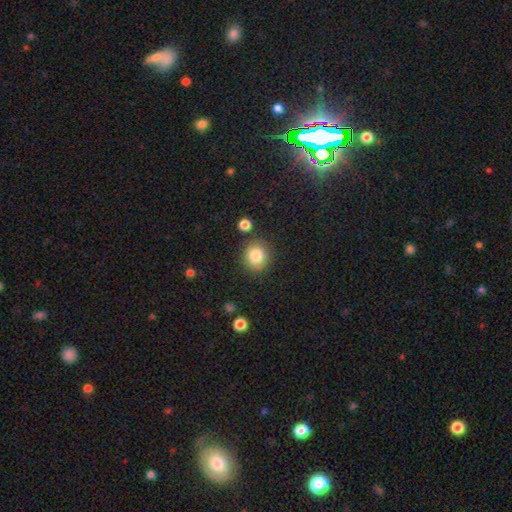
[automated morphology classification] Smooth or featured?
  - smooth: 84% *
  - star or artifact: 9%
  - featured or disk: 6%
How rounded?
  - round: 83% *
  - in between: 16%
  - cigar-shaped: 1%
Merging?
  - none: 84% *
  - minor disturbance: 9%
  - merger: 4%
  - major disturbance: 3%